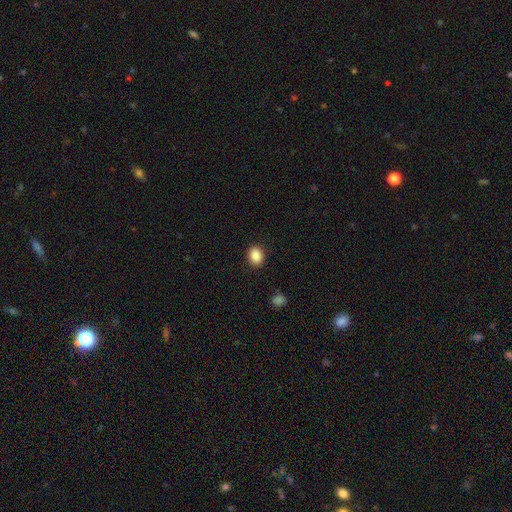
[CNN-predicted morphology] Smooth or featured: smooth — 88% (star or artifact — 9%)
How rounded: in between — 57% (round — 42%)
Merging: none — 89% (minor disturbance — 7%)